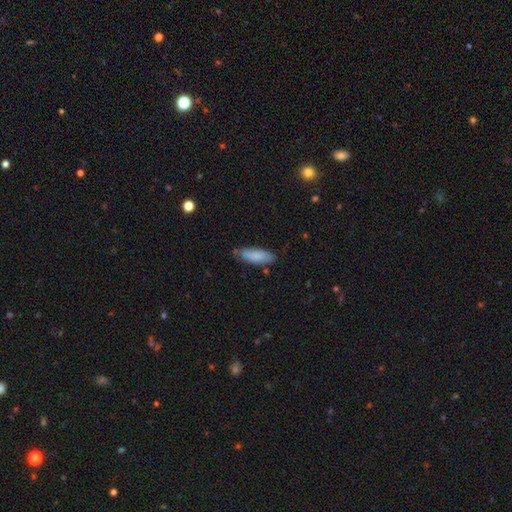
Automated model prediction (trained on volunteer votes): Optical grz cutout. It shows a smooth galaxy with no disk features (84%) that is in between round and cigar-shaped (58%). Merging: none (76%).